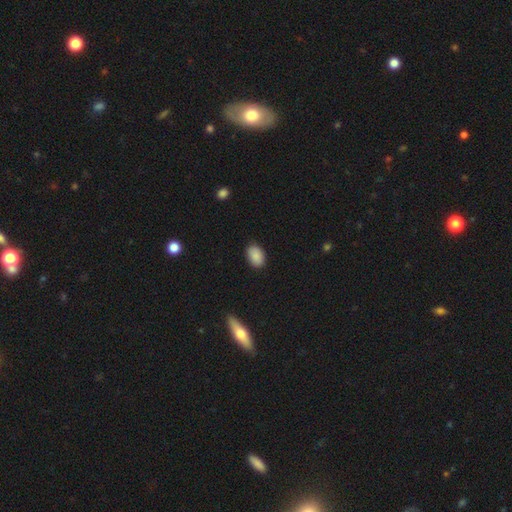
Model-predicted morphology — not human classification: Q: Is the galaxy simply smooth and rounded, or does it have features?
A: smooth — 88%.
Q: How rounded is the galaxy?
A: in between — 85%.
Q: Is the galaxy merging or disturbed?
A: none — 86%.